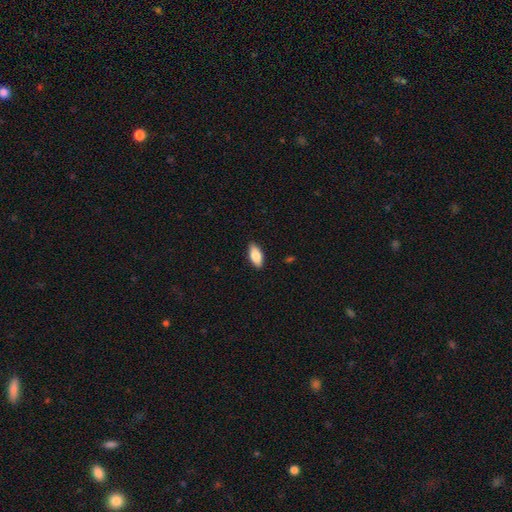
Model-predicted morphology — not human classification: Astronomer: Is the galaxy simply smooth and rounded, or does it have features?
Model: smooth — 82%.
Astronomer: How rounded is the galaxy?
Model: in between — 87%.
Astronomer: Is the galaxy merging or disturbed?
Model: none — 87%.